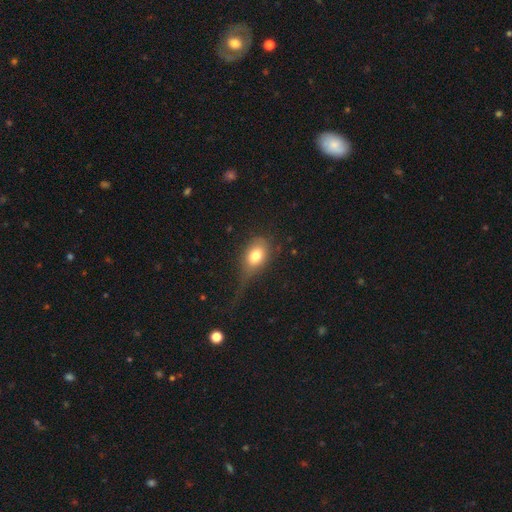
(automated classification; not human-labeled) Morphology: type=smooth (75%); roundness=in between (77%); merging=none (42%).